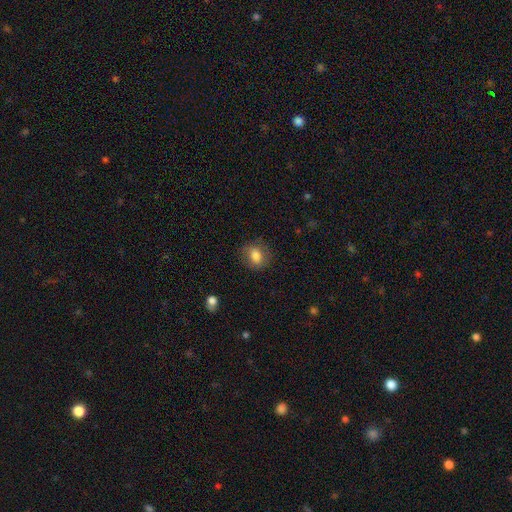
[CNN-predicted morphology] This is likely a smooth galaxy (78%). How rounded: possibly round (56%). Merging: likely none (79%).